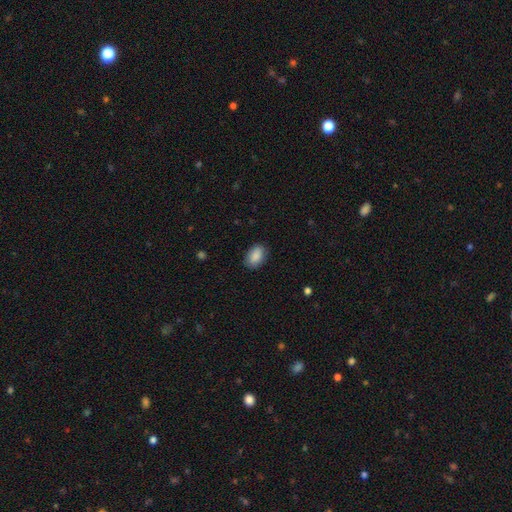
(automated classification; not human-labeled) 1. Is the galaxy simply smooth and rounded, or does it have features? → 89% smooth, 7% star or artifact, 5% featured or disk.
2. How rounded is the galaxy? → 90% in between, 8% round, 2% cigar-shaped.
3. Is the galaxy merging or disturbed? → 84% none, 13% minor disturbance, 3% major disturbance, 1% merger.